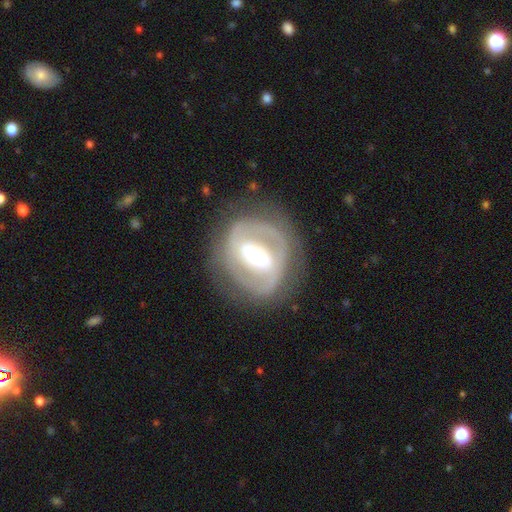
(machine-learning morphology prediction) Smooth or featured?
  - featured or disk: 79% *
  - smooth: 16%
  - star or artifact: 6%
Edge-on disk?
  - no: 95% *
  - yes: 5%
Bar?
  - strong: 56% *
  - weak: 30%
  - no: 14%
Spiral arms?
  - yes: 61% *
  - no: 39%
Bulge size?
  - moderate: 63% *
  - small: 26%
  - large: 9%
  - dominant: 1%
  - none: 1%
Merging?
  - none: 77% *
  - minor disturbance: 14%
  - major disturbance: 8%
  - merger: 1%